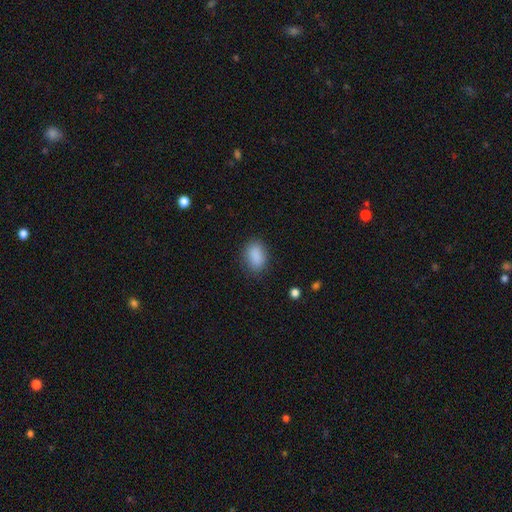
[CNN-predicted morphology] smooth_or_featured: smooth (p=0.88) [alt: star or artifact p=0.08]
how_rounded: in between (p=0.83) [alt: round p=0.15]
merging: none (p=0.82) [alt: minor disturbance p=0.13]